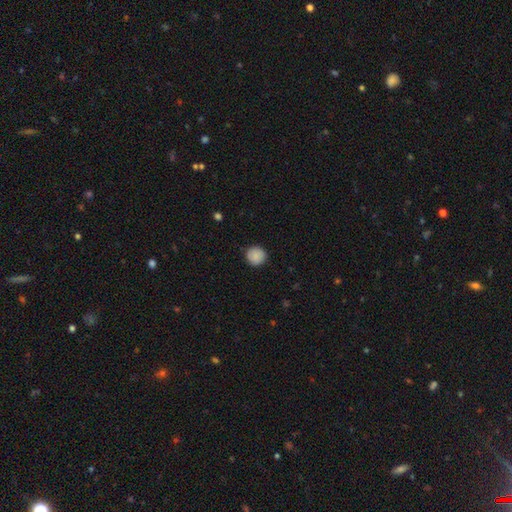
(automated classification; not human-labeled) A smooth galaxy with no disk features (87%) that is round (94%).

Vote fractions:
- Smooth or featured? smooth: 87% / star or artifact: 7% / featured or disk: 6%
- How rounded? round: 94% / in between: 5% / cigar-shaped: 1%
- Merging? none: 88% / minor disturbance: 9% / major disturbance: 2% / merger: 1%